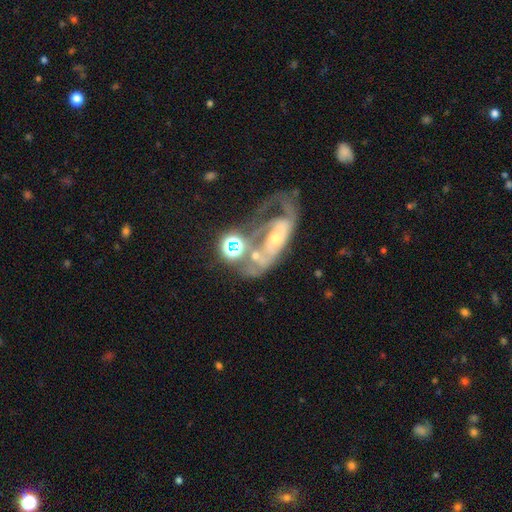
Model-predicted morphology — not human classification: The model was most divided on "merging": merger: 35%, major disturbance: 33%, none: 20%, minor disturbance: 12%. More confident: edge-on disk — no (94%); bar — no (70%); spiral arms — yes (64%); smooth or featured — featured or disk (61%); bulge size — moderate (52%).